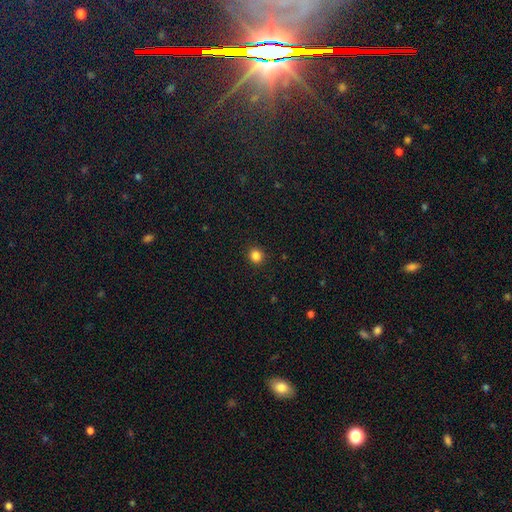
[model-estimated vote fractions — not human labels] The model was most divided on "how rounded": round: 80%, in between: 19%, cigar-shaped: 1%. More confident: merging — none (91%); smooth or featured — smooth (85%).